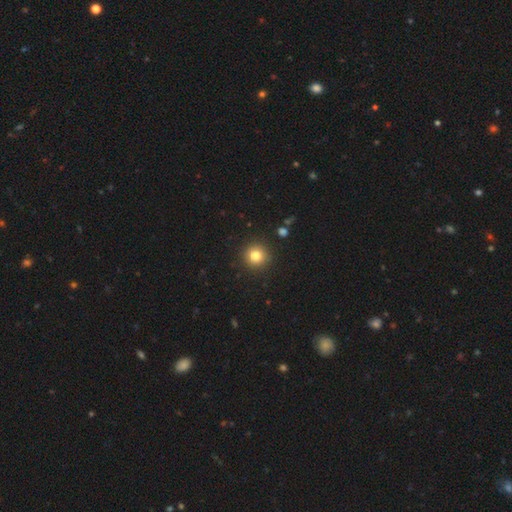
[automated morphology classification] Smooth or featured: smooth — 81% (star or artifact — 13%)
How rounded: round — 94% (in between — 5%)
Merging: none — 91% (minor disturbance — 6%)